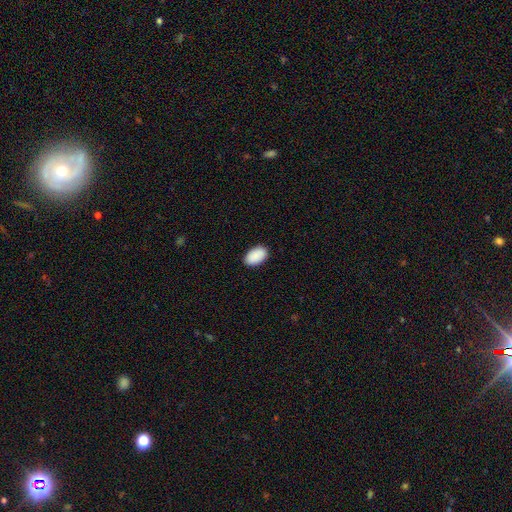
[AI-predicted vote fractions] A smooth galaxy with no disk features (91%) that is in between round and cigar-shaped (93%). Merging: none (87%).